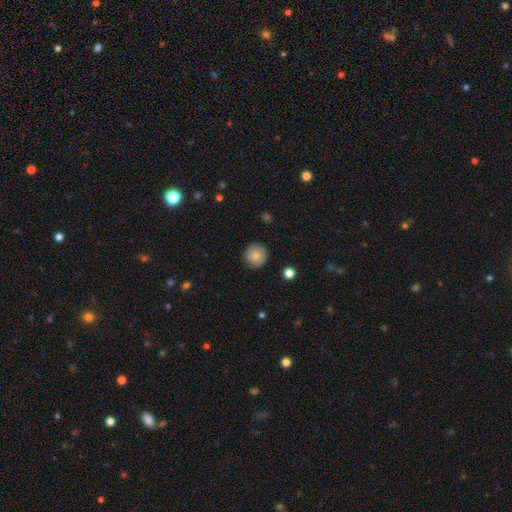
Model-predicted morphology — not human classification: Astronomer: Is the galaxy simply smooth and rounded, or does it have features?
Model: smooth — 83%.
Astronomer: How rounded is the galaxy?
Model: round — 95%.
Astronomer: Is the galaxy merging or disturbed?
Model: none — 88%.